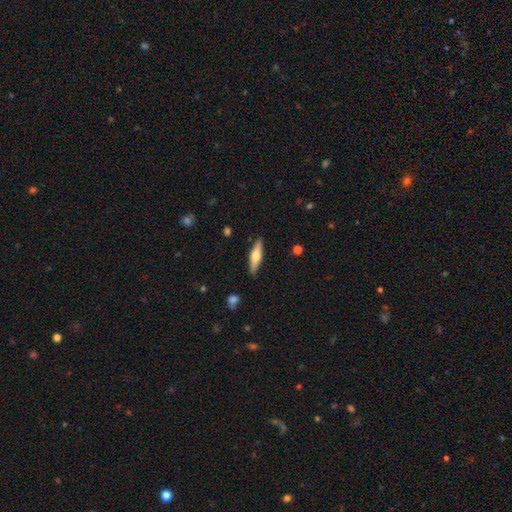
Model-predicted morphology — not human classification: A smooth galaxy with no disk features (48%). Merging: none (89%).